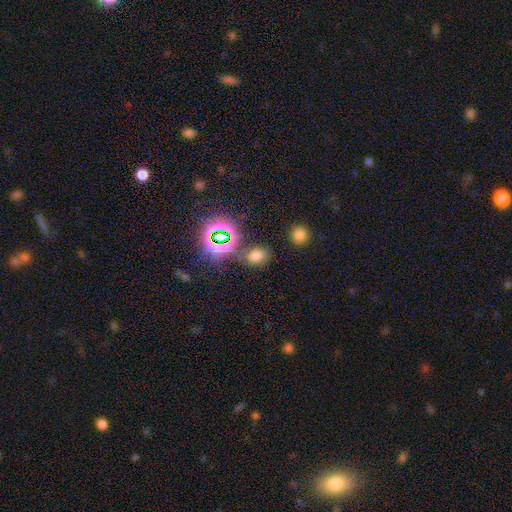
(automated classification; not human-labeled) A smooth galaxy with no disk features (61%) that is in between round and cigar-shaped (65%).

Vote fractions:
- Smooth or featured? smooth: 61% / star or artifact: 32% / featured or disk: 7%
- How rounded? in between: 65% / round: 33% / cigar-shaped: 1%
- Merging? none: 72% / minor disturbance: 14% / merger: 8% / major disturbance: 6%